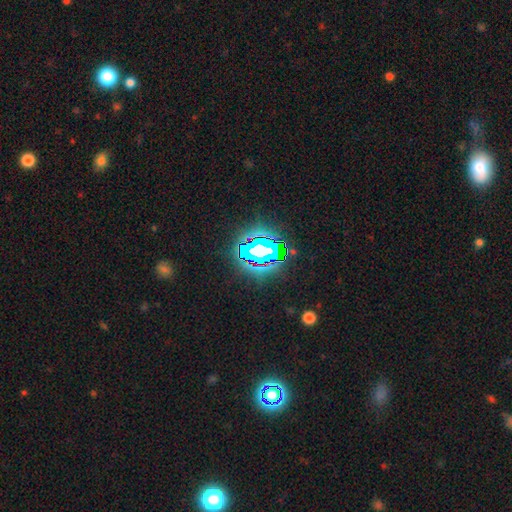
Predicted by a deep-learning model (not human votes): smooth-or-featured: star or artifact: 80% | smooth: 13% | featured or disk: 8%